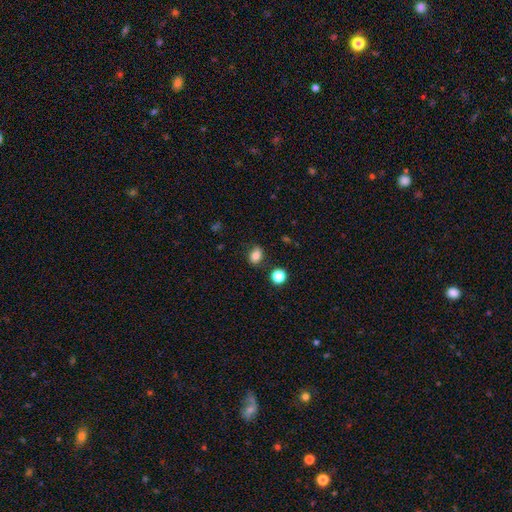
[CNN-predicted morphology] Overall: smooth (81%). How rounded: in between (64%; round 34%). Merging: none (81%).